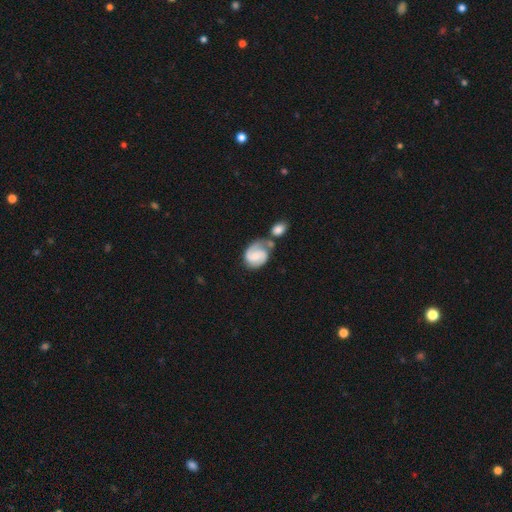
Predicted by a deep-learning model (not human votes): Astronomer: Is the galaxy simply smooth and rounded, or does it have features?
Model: featured or disk — 70%.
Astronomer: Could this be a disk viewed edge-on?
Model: no — 98%.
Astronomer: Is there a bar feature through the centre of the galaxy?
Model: no — 50% (runner-up: weak, 40%).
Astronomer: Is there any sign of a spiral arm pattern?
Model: yes — 94%.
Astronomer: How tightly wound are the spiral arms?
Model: medium — 46% (runner-up: tight, 37%).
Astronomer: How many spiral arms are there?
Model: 2 — 78%.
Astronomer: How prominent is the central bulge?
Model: small — 36% (runner-up: none, 28%).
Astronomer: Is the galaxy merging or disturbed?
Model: merger — 41% (runner-up: none, 34%).